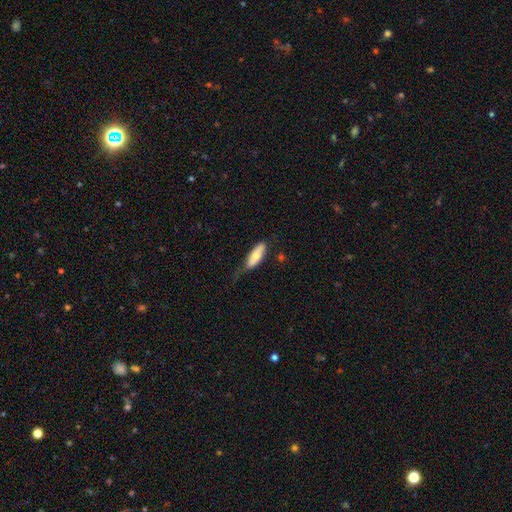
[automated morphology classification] Smooth or featured: smooth — 67% (featured or disk — 27%)
How rounded: in between — 65% (cigar-shaped — 33%)
Merging: none — 43% (minor disturbance — 36%)